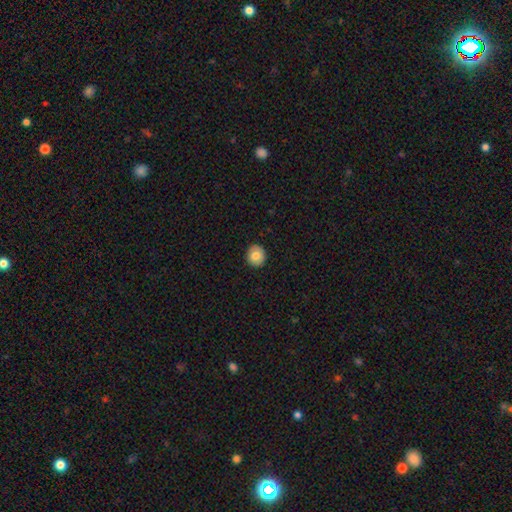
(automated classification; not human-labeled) A smooth galaxy with no disk features (78%) that is round (83%).

Vote fractions:
- Smooth or featured? smooth: 78% / featured or disk: 14% / star or artifact: 8%
- How rounded? round: 83% / in between: 16% / cigar-shaped: 1%
- Merging? none: 91% / minor disturbance: 6% / major disturbance: 1% / merger: 1%